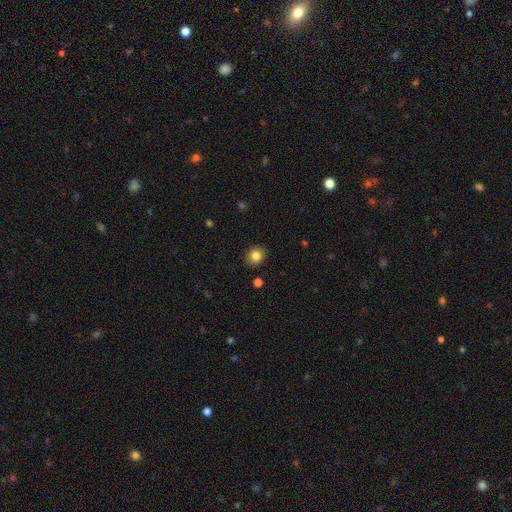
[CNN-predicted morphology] Smooth or featured? Predicted: smooth (p=0.83). How rounded? Predicted: round (p=0.77). Merging? Predicted: none (p=0.90).